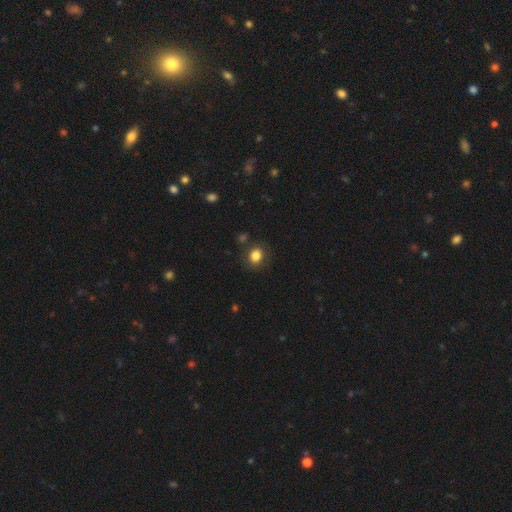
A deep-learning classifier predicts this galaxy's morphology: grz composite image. It shows a smooth galaxy with no disk features (84%) that is round (62%). Merging: none (83%).